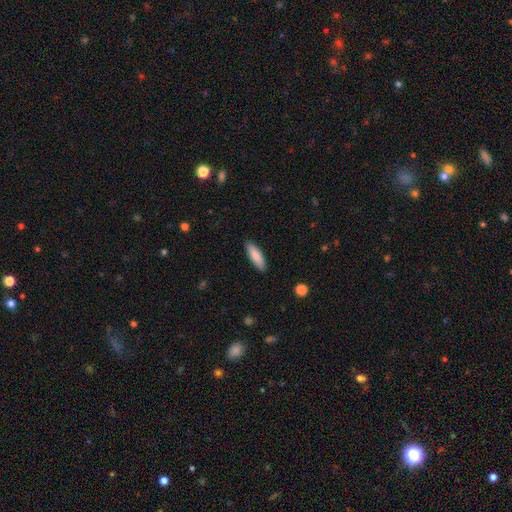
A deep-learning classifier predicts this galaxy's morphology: Overall: smooth (85%). How rounded: cigar-shaped (53%; in between 46%). Merging: none (90%).